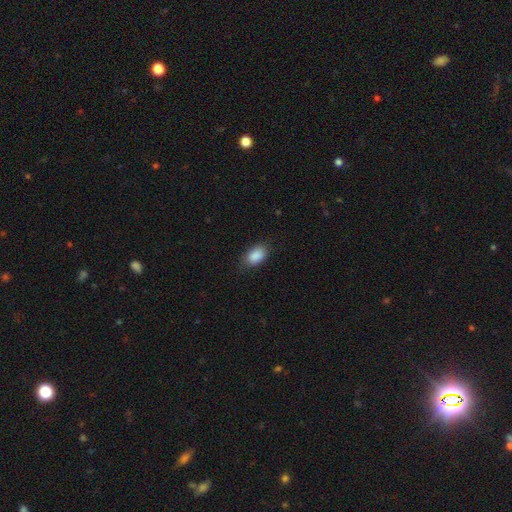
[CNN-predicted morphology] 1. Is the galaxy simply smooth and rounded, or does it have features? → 89% smooth, 7% star or artifact, 4% featured or disk.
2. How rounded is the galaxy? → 90% in between, 8% round, 2% cigar-shaped.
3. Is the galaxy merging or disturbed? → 77% none, 18% minor disturbance, 4% major disturbance, 1% merger.